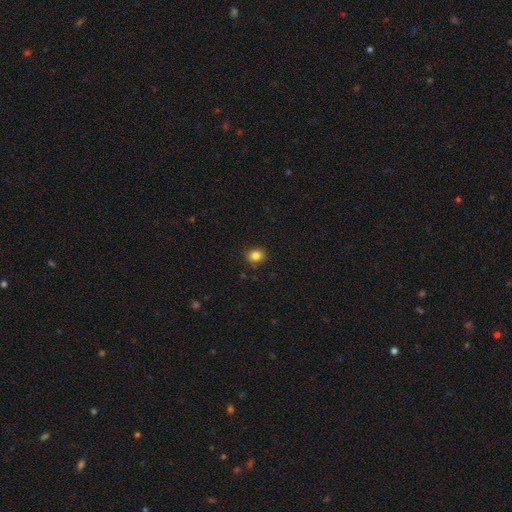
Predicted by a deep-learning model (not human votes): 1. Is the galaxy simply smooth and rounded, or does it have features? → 84% smooth, 11% star or artifact, 5% featured or disk.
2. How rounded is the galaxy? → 64% round, 35% in between, 1% cigar-shaped.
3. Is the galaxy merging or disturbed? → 88% none, 9% minor disturbance, 2% major disturbance, 1% merger.